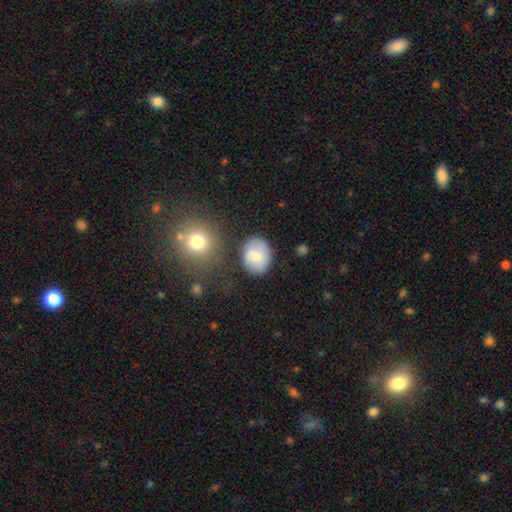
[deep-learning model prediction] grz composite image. It shows a smooth galaxy with no disk features (66%) that is round (62%). Merging: none (67%).